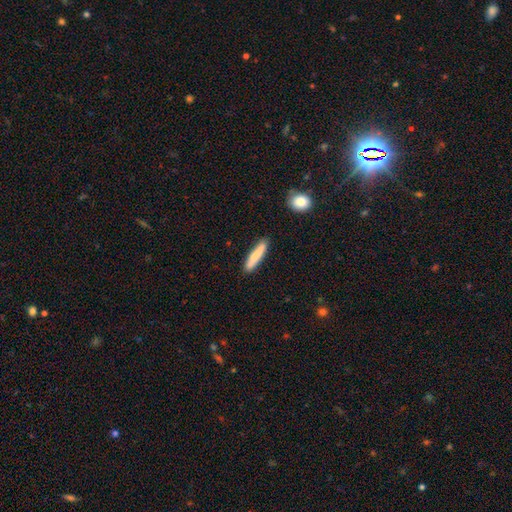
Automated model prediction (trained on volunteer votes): Overall: smooth (76%). How rounded: cigar-shaped (88%). Merging: none (85%).